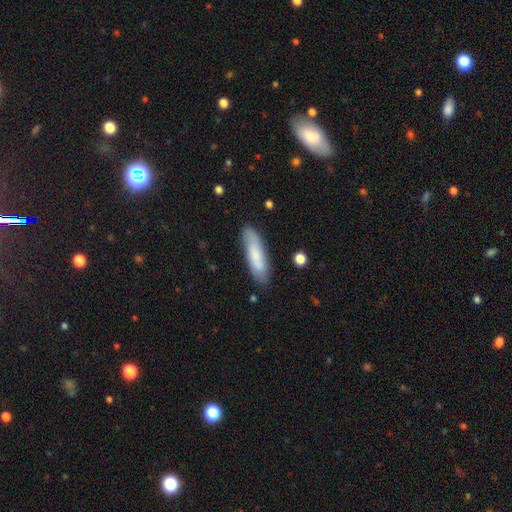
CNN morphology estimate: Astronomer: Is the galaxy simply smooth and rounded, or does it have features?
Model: smooth — 70%.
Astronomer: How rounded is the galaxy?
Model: cigar-shaped — 65%.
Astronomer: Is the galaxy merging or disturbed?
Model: none — 81%.